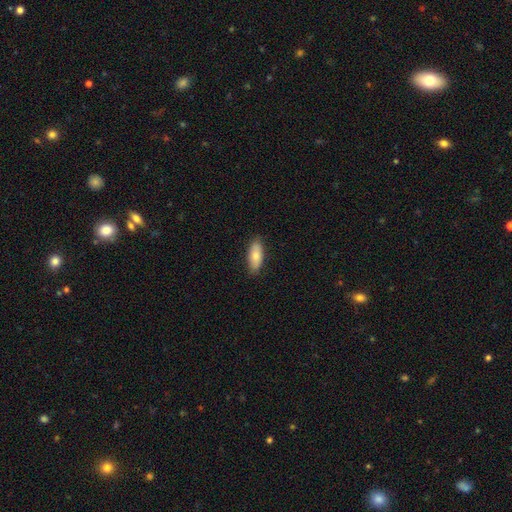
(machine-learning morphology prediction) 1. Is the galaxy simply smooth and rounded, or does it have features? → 79% smooth, 15% featured or disk, 6% star or artifact.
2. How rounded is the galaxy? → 80% in between, 18% cigar-shaped, 2% round.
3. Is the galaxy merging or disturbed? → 86% none, 11% minor disturbance, 2% major disturbance, 1% merger.